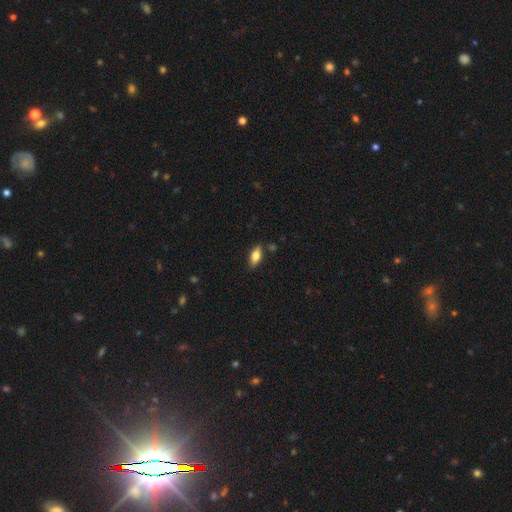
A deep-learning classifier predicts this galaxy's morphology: A smooth galaxy with no disk features (72%) that is in between round and cigar-shaped (83%). Merging: none (83%).